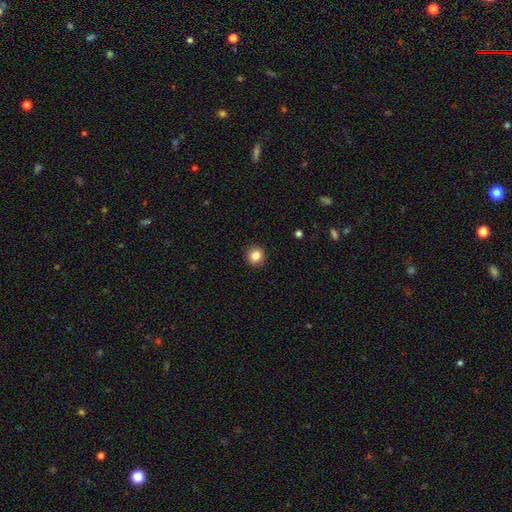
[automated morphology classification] smooth_or_featured: smooth (p=0.84) [alt: star or artifact p=0.11]
how_rounded: round (p=0.92) [alt: in between p=0.07]
merging: none (p=0.92) [alt: minor disturbance p=0.05]